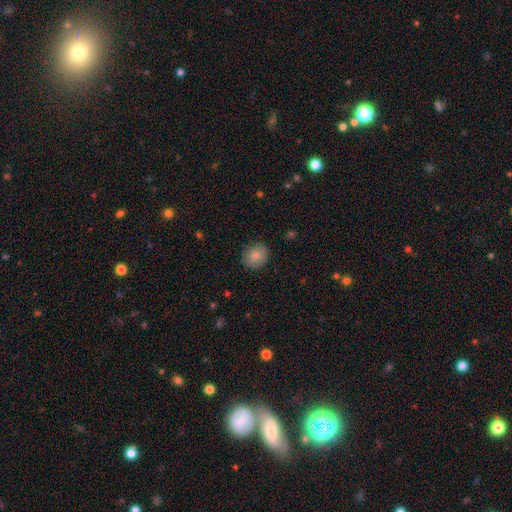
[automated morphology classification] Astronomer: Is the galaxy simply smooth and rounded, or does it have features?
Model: smooth — 81%.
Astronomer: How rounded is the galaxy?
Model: round — 70%.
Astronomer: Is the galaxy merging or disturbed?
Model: none — 87%.